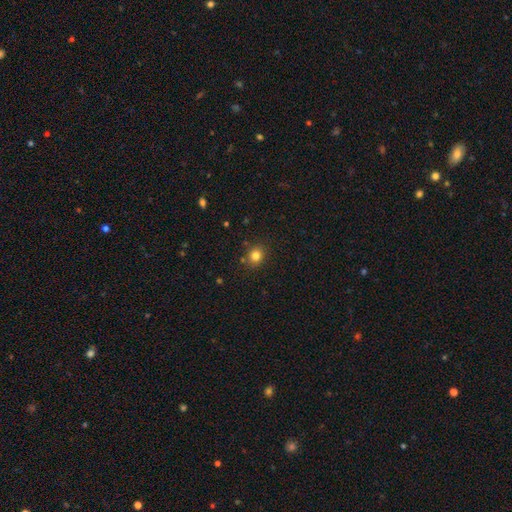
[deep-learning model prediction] Smooth or featured: smooth — 81% (star or artifact — 13%)
How rounded: round — 78% (in between — 21%)
Merging: none — 84% (minor disturbance — 9%)